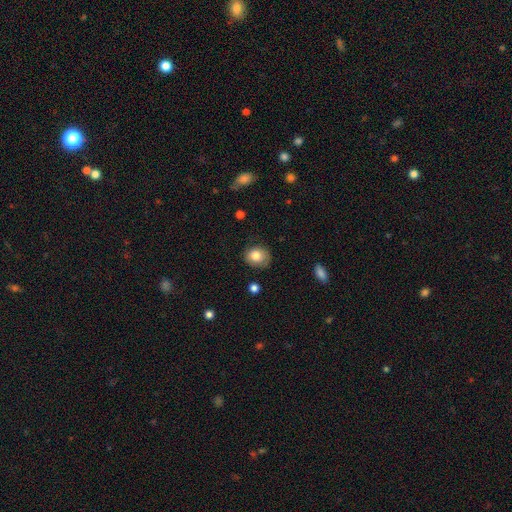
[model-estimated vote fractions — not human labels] smooth 81%, featured or disk 10%, star or artifact 9%. Down the decision tree: how rounded — round (67%); merging — none (74%).